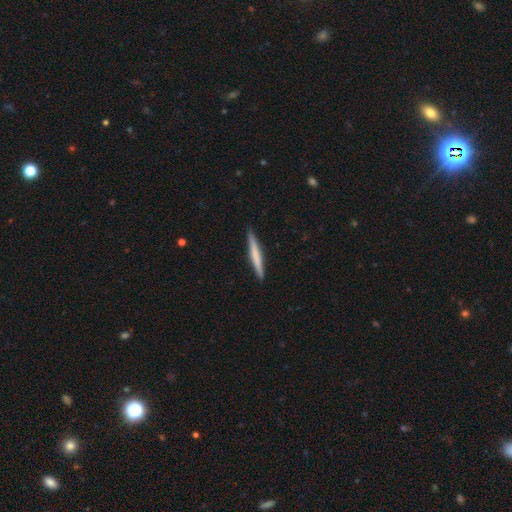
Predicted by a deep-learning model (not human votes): smooth-or-featured: smooth: 58% | featured or disk: 37% | star or artifact: 5%
  how-rounded: cigar-shaped: 96% | in between: 2% | round: 1%
  merging: none: 91% | minor disturbance: 6% | major disturbance: 1% | merger: 1%